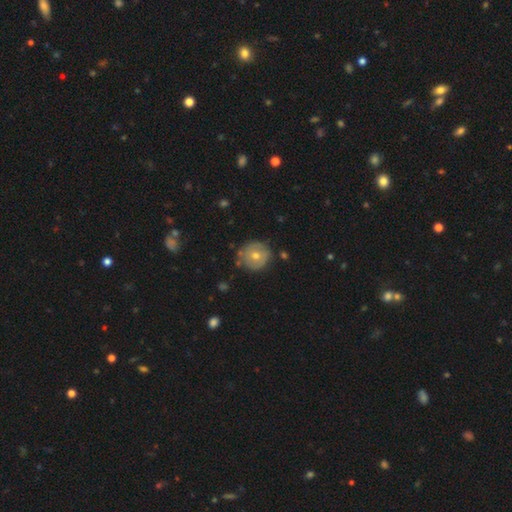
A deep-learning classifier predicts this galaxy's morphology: This is possibly a smooth galaxy (51%). How rounded: clearly round (90%). Merging: likely none (77%).